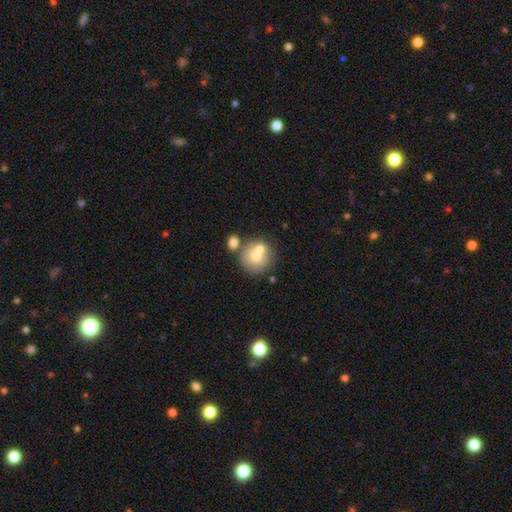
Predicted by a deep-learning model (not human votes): Smooth or featured?
  - smooth: 66% *
  - featured or disk: 25%
  - star or artifact: 9%
How rounded?
  - round: 90% *
  - in between: 9%
  - cigar-shaped: 1%
Merging?
  - none: 53% *
  - merger: 33%
  - minor disturbance: 11%
  - major disturbance: 4%